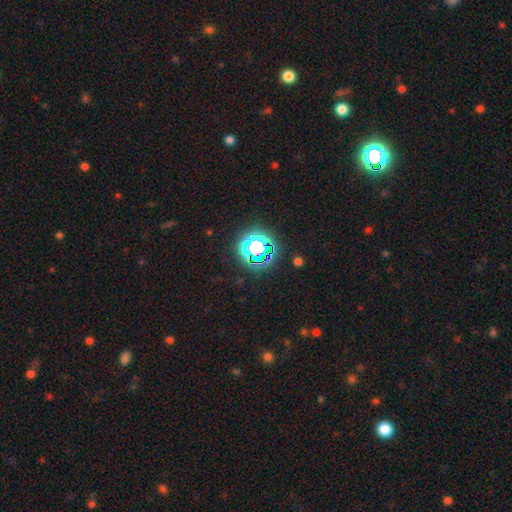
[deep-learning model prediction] smooth_or_featured: star or artifact (p=0.76) [alt: smooth p=0.16]